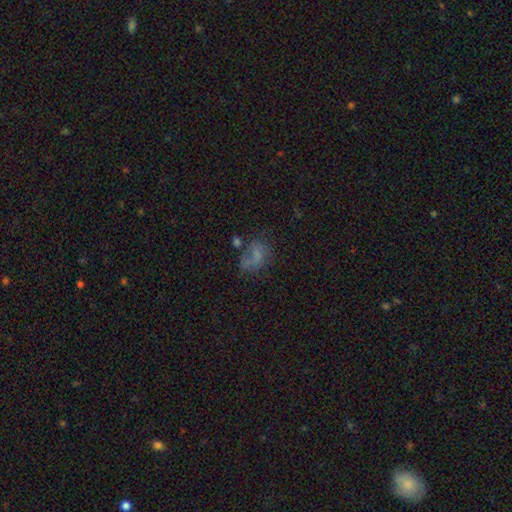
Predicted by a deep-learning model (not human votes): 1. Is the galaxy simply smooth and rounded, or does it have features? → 45% smooth, 34% featured or disk, 21% star or artifact.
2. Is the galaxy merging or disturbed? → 35% none, 29% major disturbance, 21% minor disturbance, 15% merger.